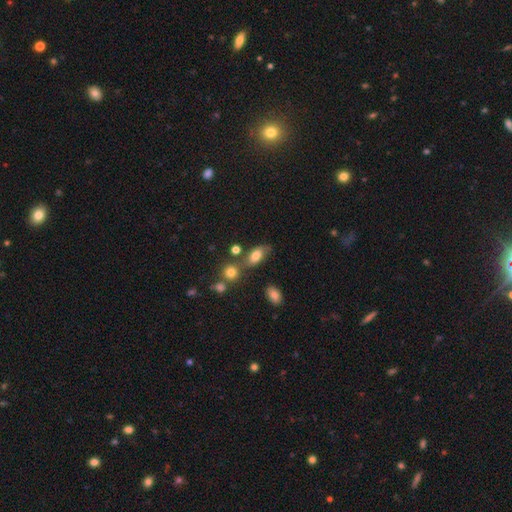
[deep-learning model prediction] Morphology: type=smooth (74%); roundness=in between (86%); merging=none (58%).